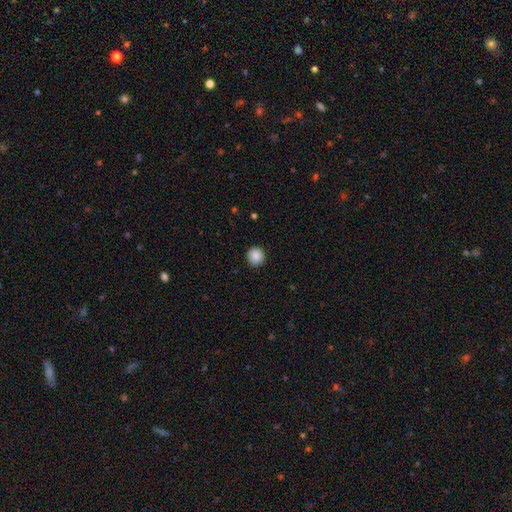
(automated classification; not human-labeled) Smooth or featured: smooth — 88% (star or artifact — 9%)
How rounded: round — 94% (in between — 5%)
Merging: none — 91% (minor disturbance — 6%)